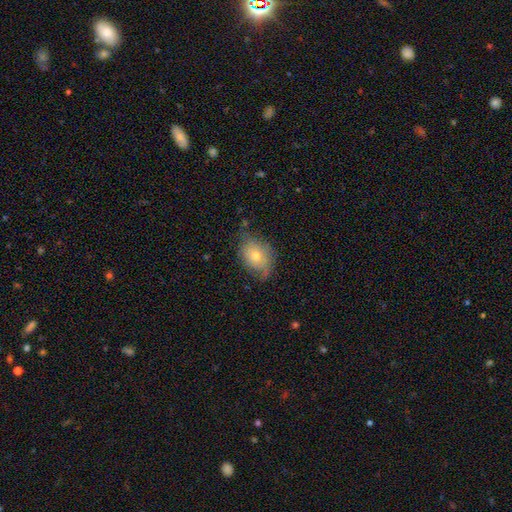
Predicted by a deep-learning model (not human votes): Morphology: type=smooth (64%); roundness=in between (62%); merging=none (52%).